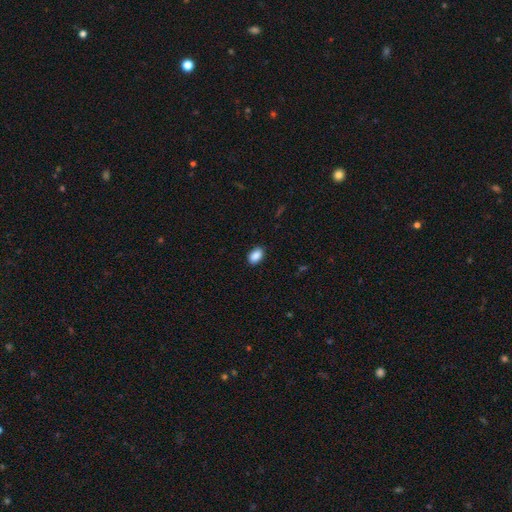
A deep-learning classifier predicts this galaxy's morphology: Smooth or featured? Predicted: smooth (p=0.90). How rounded? Predicted: in between (p=0.88). Merging? Predicted: none (p=0.88).